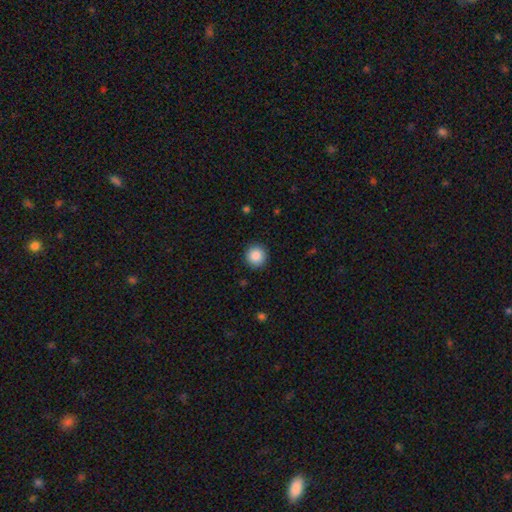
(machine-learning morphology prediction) Q: Smooth or featured?
A: smooth (88%); runner-up: star or artifact (9%)
Q: How rounded?
A: round (95%); runner-up: in between (4%)
Q: Merging?
A: none (92%); runner-up: minor disturbance (6%)